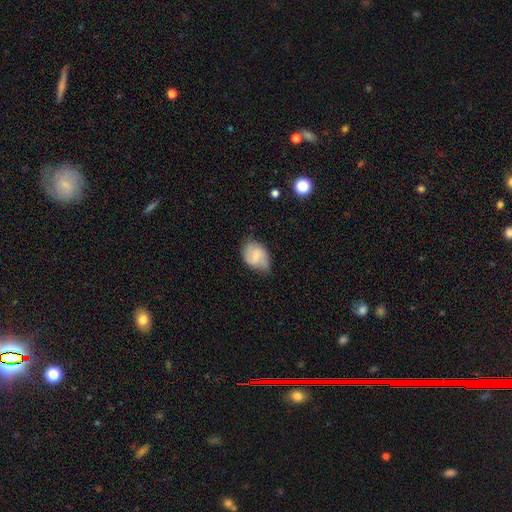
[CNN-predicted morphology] type=smooth (53%); roundness=in between (76%); merging=none (60%).